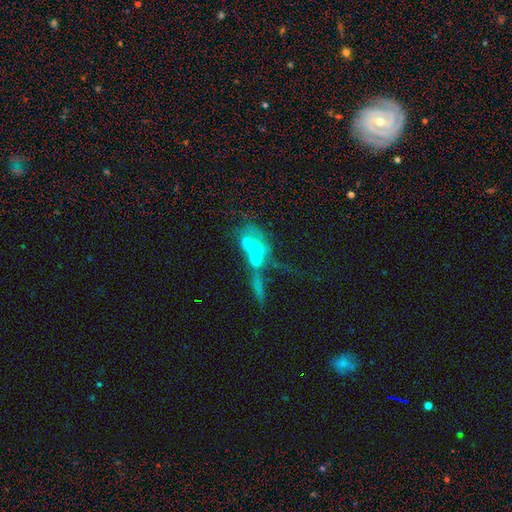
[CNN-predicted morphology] type=featured or disk (47%); merging=merger (54%).